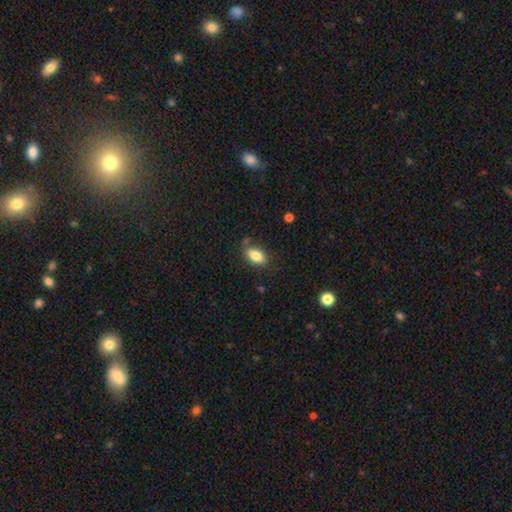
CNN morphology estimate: The model was most divided on "merging": none: 78%, minor disturbance: 14%, merger: 5%, major disturbance: 3%. More confident: how rounded — in between (90%); smooth or featured — smooth (83%).